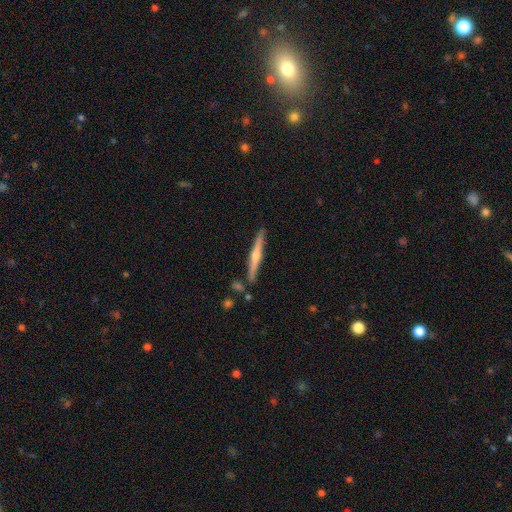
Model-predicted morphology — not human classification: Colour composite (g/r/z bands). It shows a featured or disk galaxy (71%) viewed edge-on (98%) with a rounded central bulge (84%). Merging: none (87%).